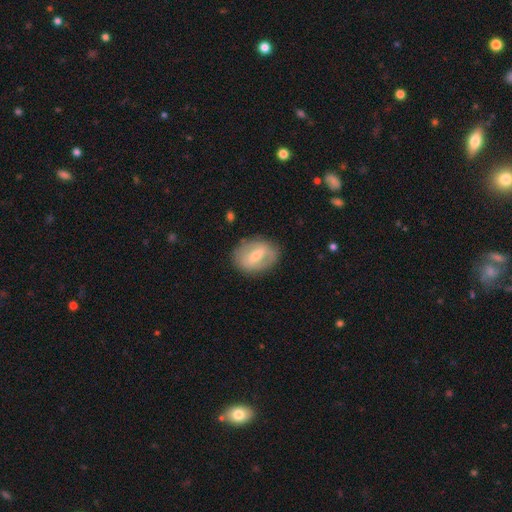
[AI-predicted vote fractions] This is possibly a featured or disk galaxy (56%). It is clearly not viewed edge-on (92%). Bar: possibly strong (48%). Spiral arm pattern: likely no (64%). Central bulge: possibly small (51%). Merging: likely none (79%).